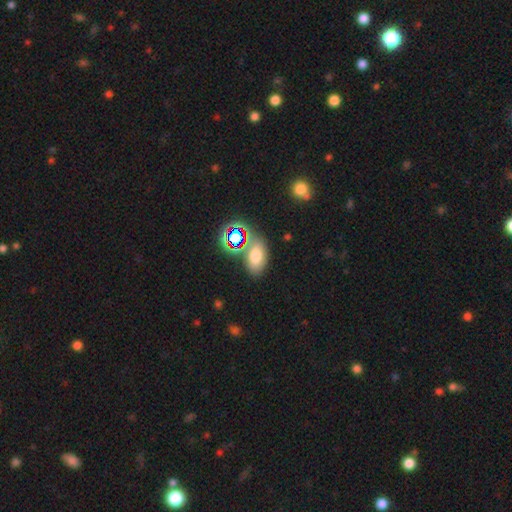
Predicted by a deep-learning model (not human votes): smooth_or_featured: smooth (p=0.63) [alt: star or artifact p=0.25]
how_rounded: in between (p=0.86) [alt: round p=0.11]
merging: none (p=0.69) [alt: minor disturbance p=0.14]